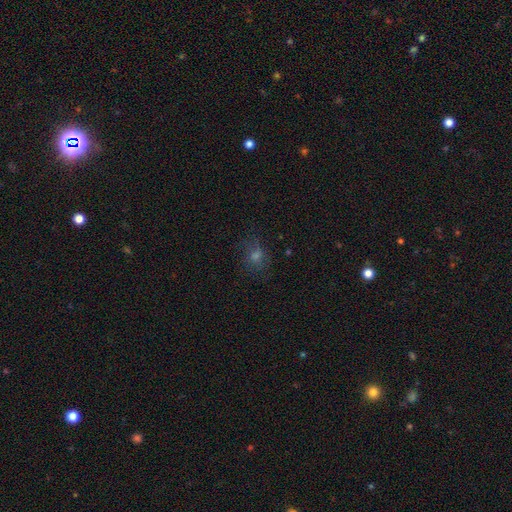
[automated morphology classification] This is possibly a smooth galaxy (49%). Merging: likely none (68%).